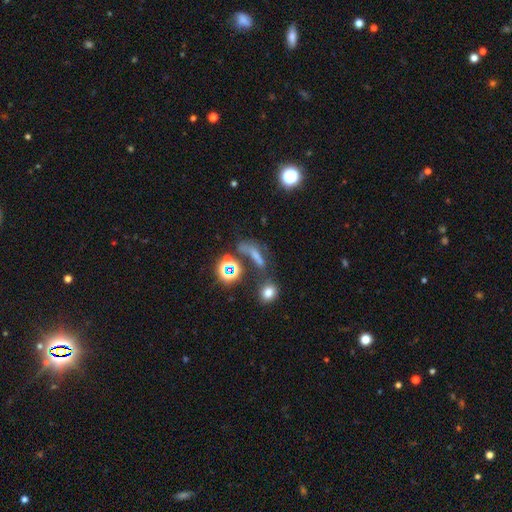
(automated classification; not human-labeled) A smooth galaxy with no disk features (48%).

Vote fractions:
- Smooth or featured? smooth: 48% / star or artifact: 33% / featured or disk: 19%
- Merging? none: 38% / merger: 23% / major disturbance: 22% / minor disturbance: 17%